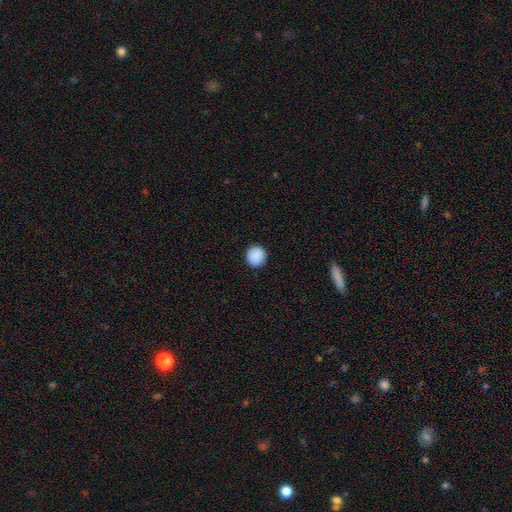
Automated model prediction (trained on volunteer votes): Smooth or featured? smooth (90%)
How rounded? round (92%)
Merging? none (92%)